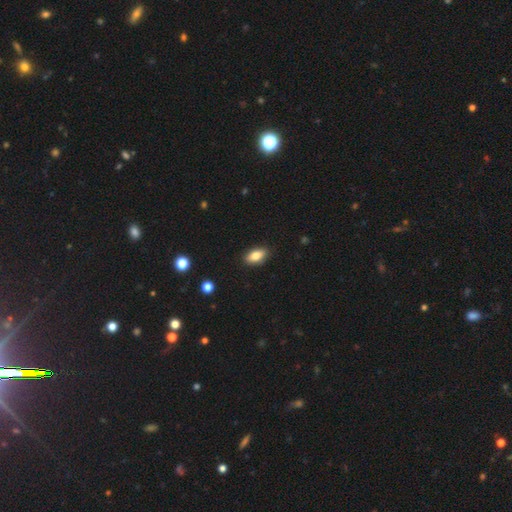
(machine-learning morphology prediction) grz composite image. It shows a smooth galaxy with no disk features (81%) that is in between round and cigar-shaped (88%). Merging: none (88%).